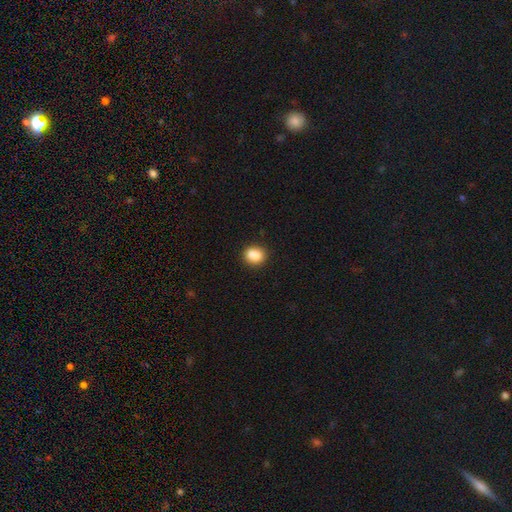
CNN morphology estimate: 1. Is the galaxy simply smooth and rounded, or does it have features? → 85% smooth, 9% star or artifact, 6% featured or disk.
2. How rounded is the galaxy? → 62% round, 37% in between, 1% cigar-shaped.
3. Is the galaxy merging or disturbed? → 75% none, 14% minor disturbance, 8% merger, 3% major disturbance.